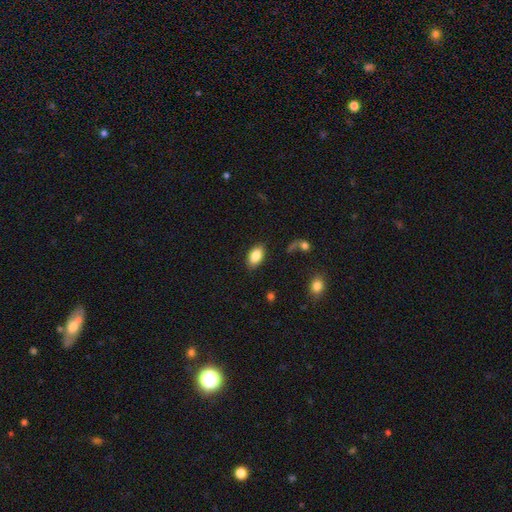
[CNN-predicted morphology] The model was most divided on "merging": none: 86%, minor disturbance: 10%, major disturbance: 3%, merger: 2%. More confident: how rounded — in between (92%); smooth or featured — smooth (85%).